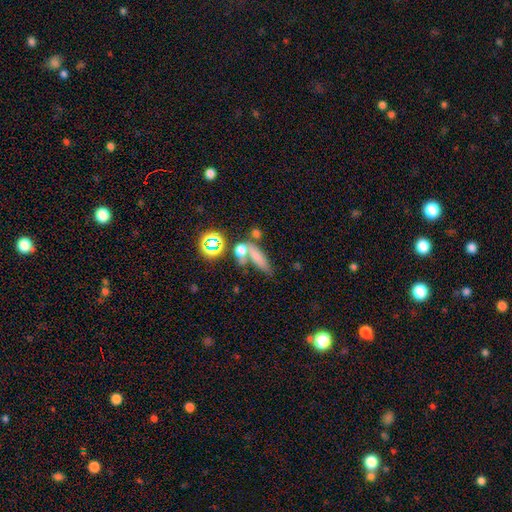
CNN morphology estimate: A smooth galaxy with no disk features (63%) that is cigar-shaped (54%).

Vote fractions:
- Smooth or featured? smooth: 63% / star or artifact: 20% / featured or disk: 17%
- How rounded? cigar-shaped: 54% / in between: 32% / round: 14%
- Merging? none: 49% / merger: 30% / minor disturbance: 13% / major disturbance: 9%